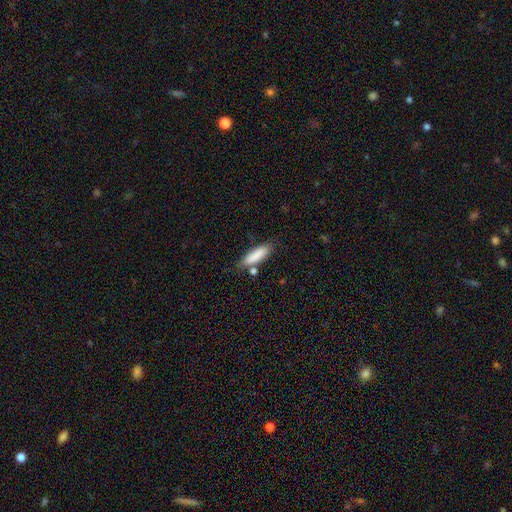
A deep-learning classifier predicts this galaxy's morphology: Smooth or featured: smooth — 85% (featured or disk — 8%)
How rounded: cigar-shaped — 60% (in between — 39%)
Merging: none — 73% (minor disturbance — 15%)